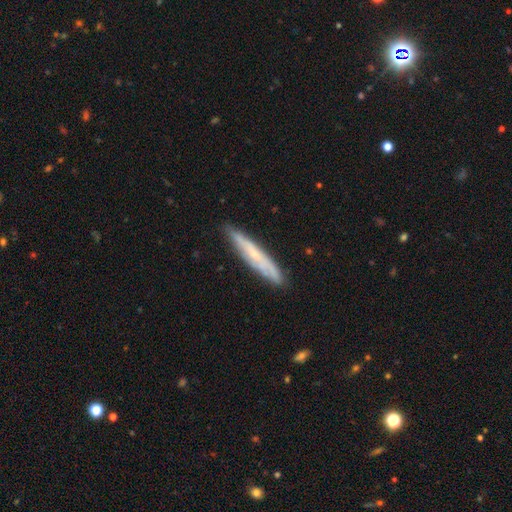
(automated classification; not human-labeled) featured or disk 53%, smooth 41%, star or artifact 7%. Down the decision tree: edge-on disk — yes (76%); merging — none (84%).